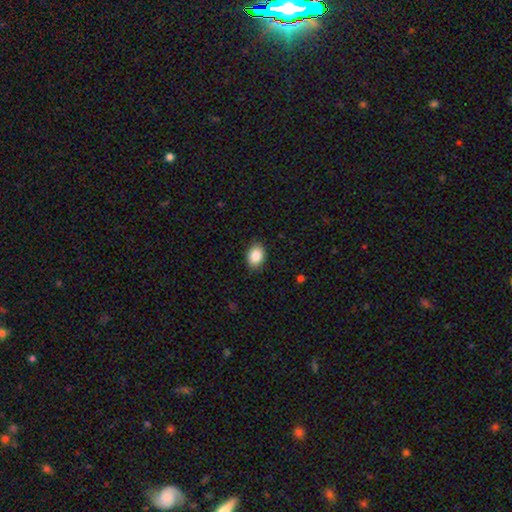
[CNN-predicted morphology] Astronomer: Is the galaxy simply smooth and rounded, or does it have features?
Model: smooth — 87%.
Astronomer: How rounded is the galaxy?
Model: in between — 75%.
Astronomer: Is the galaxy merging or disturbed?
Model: none — 87%.